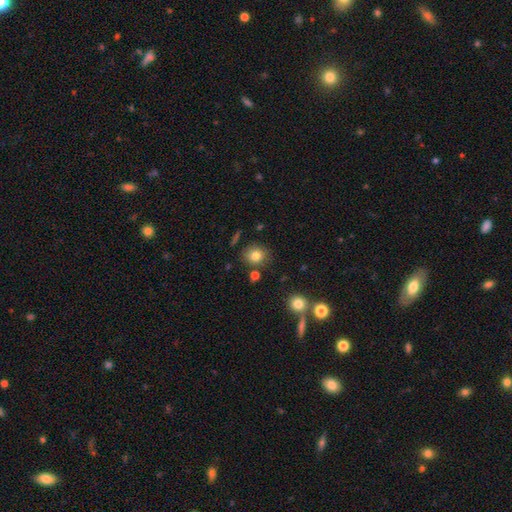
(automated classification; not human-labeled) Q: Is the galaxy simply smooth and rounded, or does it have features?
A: smooth — 80%.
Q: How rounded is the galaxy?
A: round — 76%.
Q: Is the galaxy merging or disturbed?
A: none — 80%.